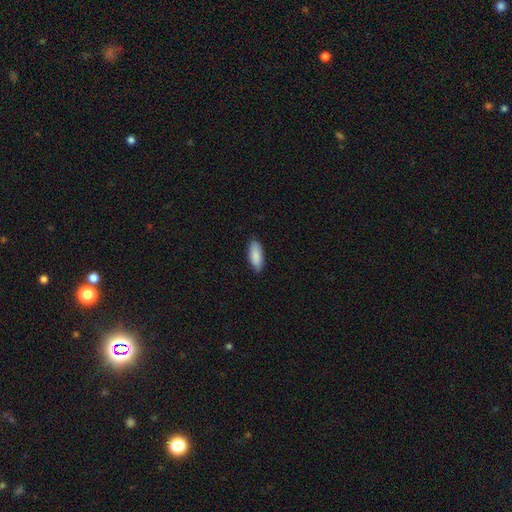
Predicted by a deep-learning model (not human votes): Smooth or featured? Predicted: smooth (p=0.89). How rounded? Predicted: in between (p=0.78). Merging? Predicted: none (p=0.87).